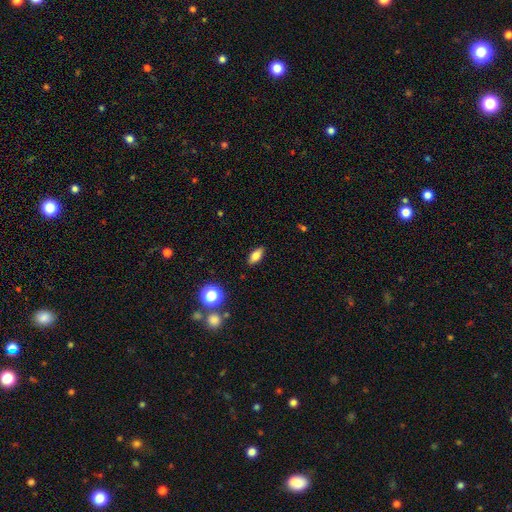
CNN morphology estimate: Smooth or featured? Predicted: smooth (p=0.77). How rounded? Predicted: in between (p=0.81). Merging? Predicted: none (p=0.89).